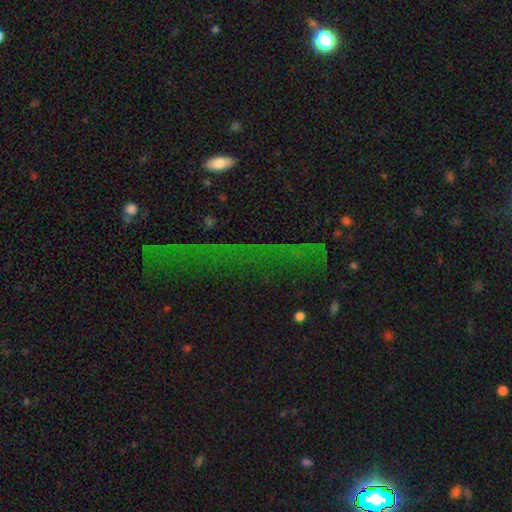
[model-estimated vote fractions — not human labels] This appears to be a star or artifact, not a galaxy (74%).